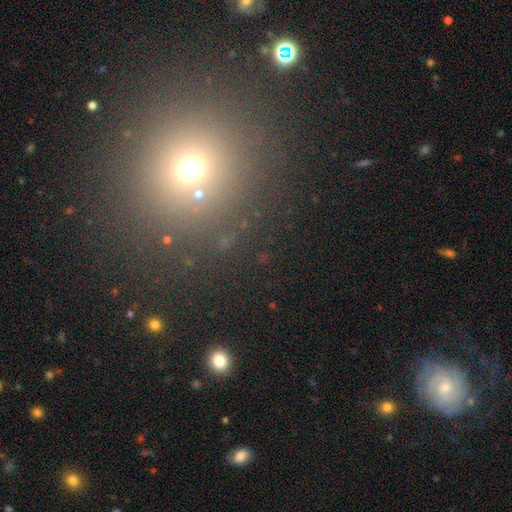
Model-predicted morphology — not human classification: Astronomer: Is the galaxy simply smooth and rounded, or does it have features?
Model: smooth — 48% (runner-up: star or artifact, 42%).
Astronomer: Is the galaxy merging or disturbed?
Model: none — 83%.